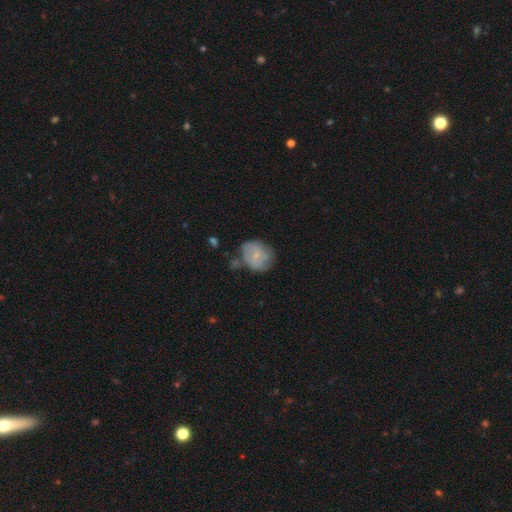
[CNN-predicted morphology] Smooth or featured?
  - smooth: 57% *
  - featured or disk: 35%
  - star or artifact: 7%
How rounded?
  - round: 63% *
  - in between: 36%
  - cigar-shaped: 1%
Merging?
  - none: 49% *
  - minor disturbance: 27%
  - major disturbance: 13%
  - merger: 11%